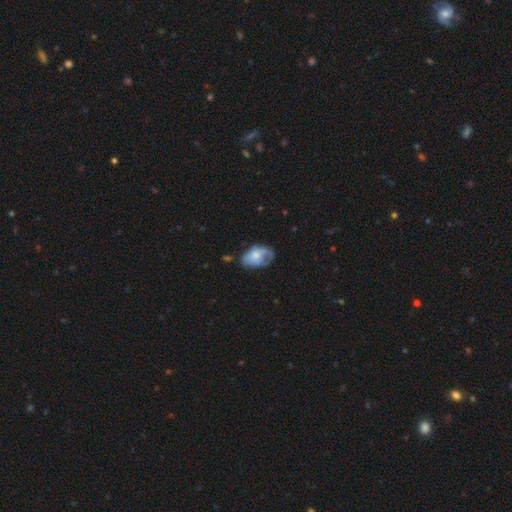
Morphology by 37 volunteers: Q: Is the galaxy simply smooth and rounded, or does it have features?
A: featured or disk — 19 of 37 (51%).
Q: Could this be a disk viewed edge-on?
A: no — 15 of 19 (79%).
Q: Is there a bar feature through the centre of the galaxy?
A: no — 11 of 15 (73%).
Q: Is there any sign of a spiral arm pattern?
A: yes — 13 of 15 (87%).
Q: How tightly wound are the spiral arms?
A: tight — 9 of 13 (69%).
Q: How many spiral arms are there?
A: can't tell — 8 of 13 (62%).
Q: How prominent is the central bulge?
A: moderate — 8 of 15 (53%).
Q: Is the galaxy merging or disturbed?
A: none — 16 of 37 (43%).